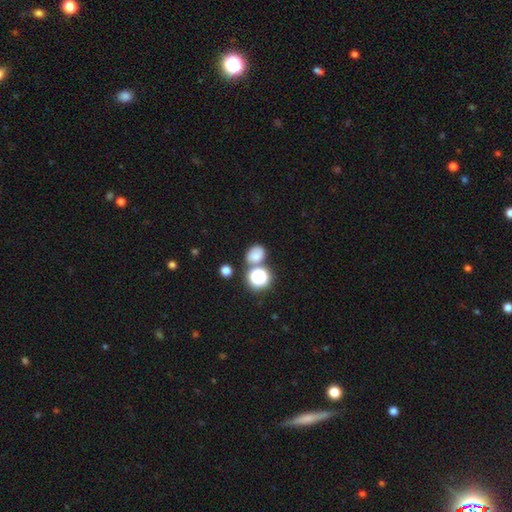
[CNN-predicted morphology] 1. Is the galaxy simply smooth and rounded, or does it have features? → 70% smooth, 20% star or artifact, 9% featured or disk.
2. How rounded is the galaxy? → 50% in between, 48% round, 1% cigar-shaped.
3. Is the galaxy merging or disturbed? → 61% none, 20% merger, 13% minor disturbance, 5% major disturbance.